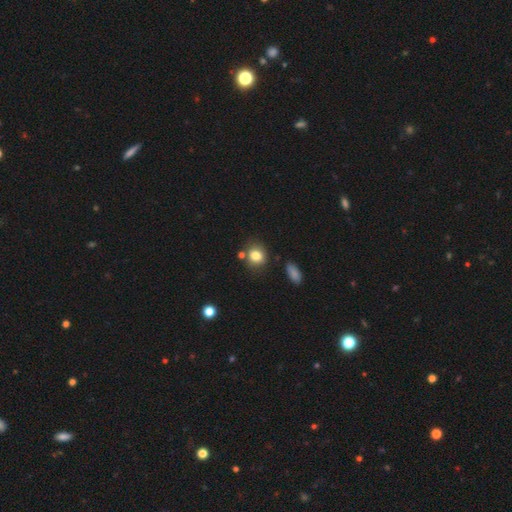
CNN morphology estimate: Smooth or featured: smooth — 81% (star or artifact — 11%)
How rounded: round — 67% (in between — 32%)
Merging: none — 73% (minor disturbance — 14%)